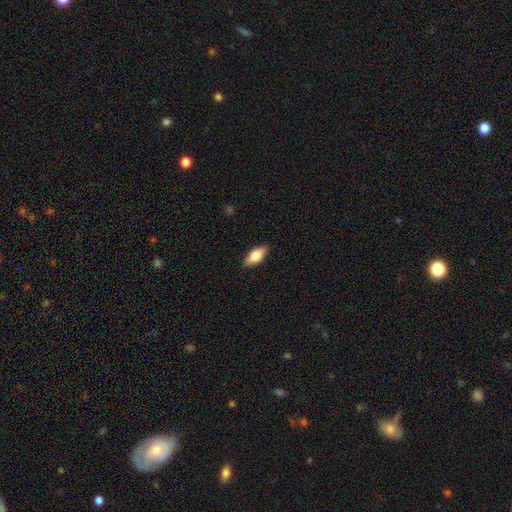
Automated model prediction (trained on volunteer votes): Smooth or featured: smooth — 70% (featured or disk — 24%)
How rounded: in between — 83% (cigar-shaped — 14%)
Merging: none — 88% (minor disturbance — 9%)